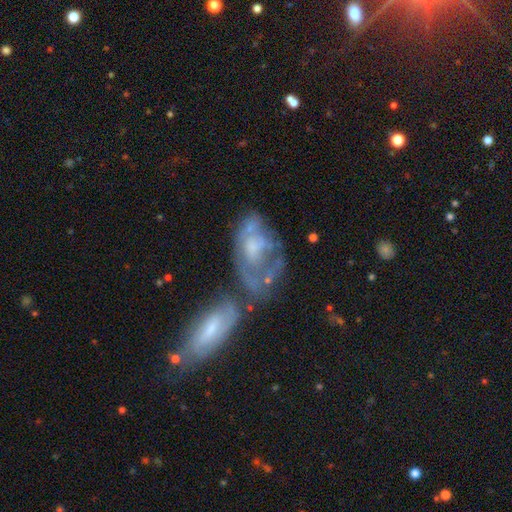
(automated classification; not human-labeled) Smooth or featured: featured or disk — 63% (smooth — 19%)
Edge-on disk: no — 90% (yes — 10%)
Bar: no — 62% (weak — 29%)
Spiral arms: yes — 76% (no — 24%)
Bulge size: small — 49% (moderate — 37%)
Merging: merger — 40% (none — 36%)